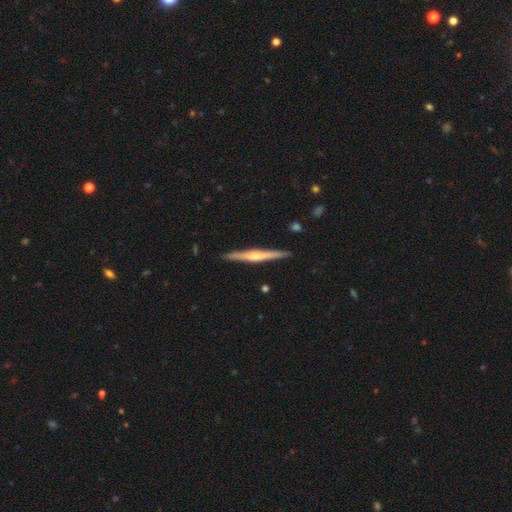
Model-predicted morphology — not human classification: Smooth or featured? Predicted: featured or disk (p=0.73). Edge-on disk? Predicted: yes (p=0.98). Edge-on bulge? Predicted: rounded (p=0.84). Merging? Predicted: none (p=0.92).